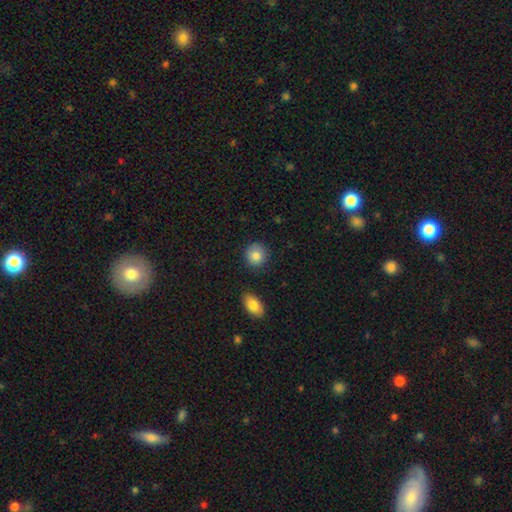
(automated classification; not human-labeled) This is clearly a smooth galaxy (85%). How rounded: clearly round (85%). Merging: clearly none (84%).